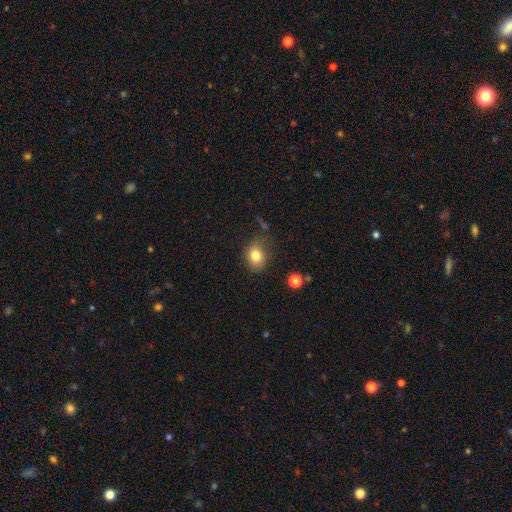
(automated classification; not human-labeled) Q: Smooth or featured?
A: smooth (81%); runner-up: star or artifact (11%)
Q: How rounded?
A: round (51%); runner-up: in between (48%)
Q: Merging?
A: none (69%); runner-up: minor disturbance (21%)